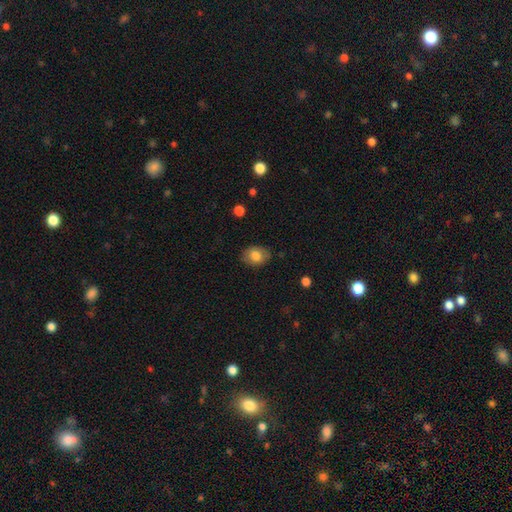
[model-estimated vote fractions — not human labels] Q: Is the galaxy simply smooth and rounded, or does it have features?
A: smooth — 79%.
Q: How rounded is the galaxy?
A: in between — 70%.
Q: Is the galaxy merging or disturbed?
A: none — 85%.